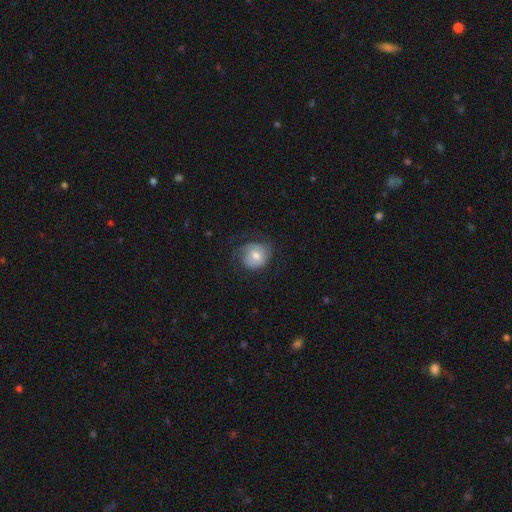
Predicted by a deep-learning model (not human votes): This appears to be a smooth galaxy with no disk features (60%) that is round (75%). Merging: none (58%).